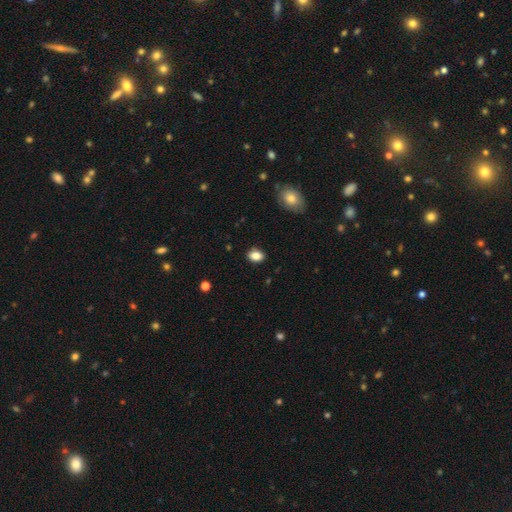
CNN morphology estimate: smooth 85%, star or artifact 9%, featured or disk 6%. Down the decision tree: how rounded — in between (76%); merging — none (87%).